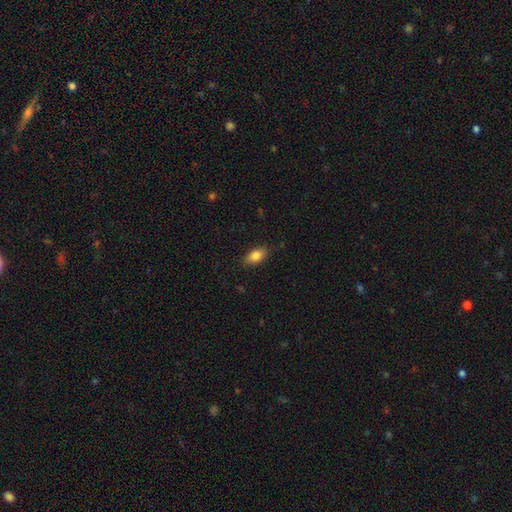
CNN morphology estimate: Smooth or featured?
  - smooth: 84% *
  - featured or disk: 9%
  - star or artifact: 8%
How rounded?
  - in between: 88% *
  - round: 6%
  - cigar-shaped: 5%
Merging?
  - none: 84% *
  - minor disturbance: 12%
  - major disturbance: 3%
  - merger: 1%